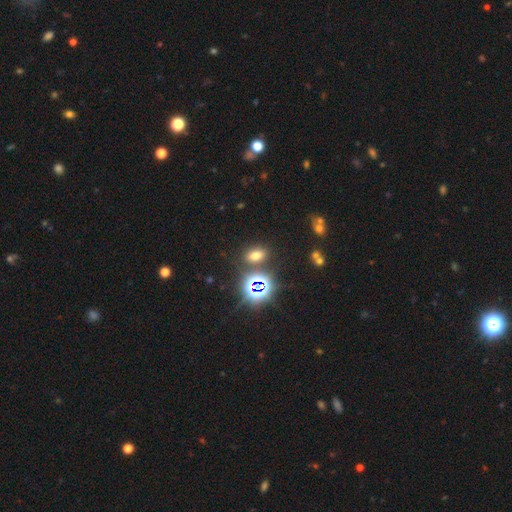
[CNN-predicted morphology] Smooth or featured: smooth — 59% (star or artifact — 33%)
How rounded: in between — 77% (round — 20%)
Merging: none — 80% (minor disturbance — 9%)